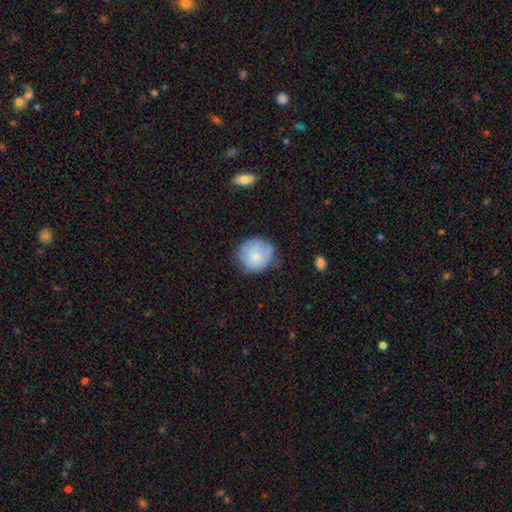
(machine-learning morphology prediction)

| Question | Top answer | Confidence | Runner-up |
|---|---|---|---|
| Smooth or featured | smooth | 69% | featured or disk (23%) |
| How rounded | round | 88% | in between (11%) |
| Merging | none | 62% | minor disturbance (26%) |